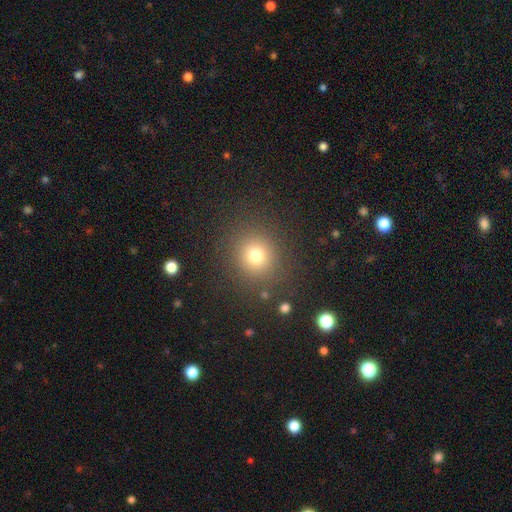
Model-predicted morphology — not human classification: type=smooth (74%); roundness=round (89%); merging=none (87%).